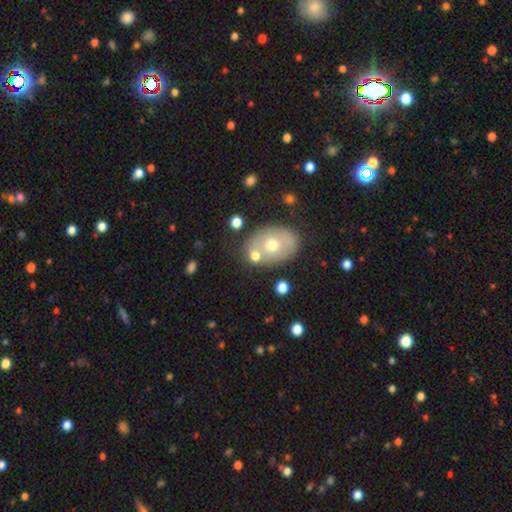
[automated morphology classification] Smooth or featured? smooth (57%)
How rounded? in between (64%)
Merging? none (62%)